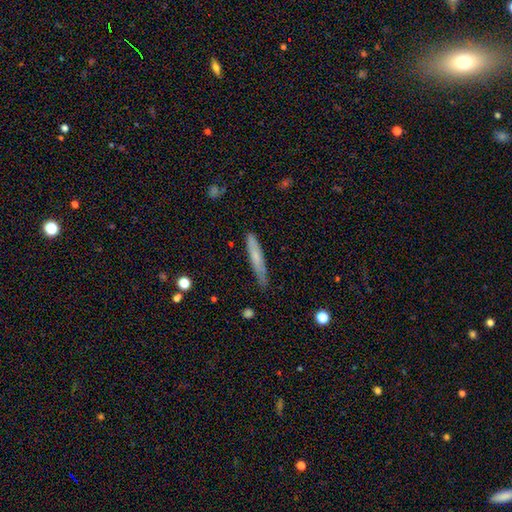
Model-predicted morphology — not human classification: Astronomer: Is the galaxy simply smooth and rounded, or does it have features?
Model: smooth — 65%.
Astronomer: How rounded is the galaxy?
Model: cigar-shaped — 93%.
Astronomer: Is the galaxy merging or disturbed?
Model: none — 74%.